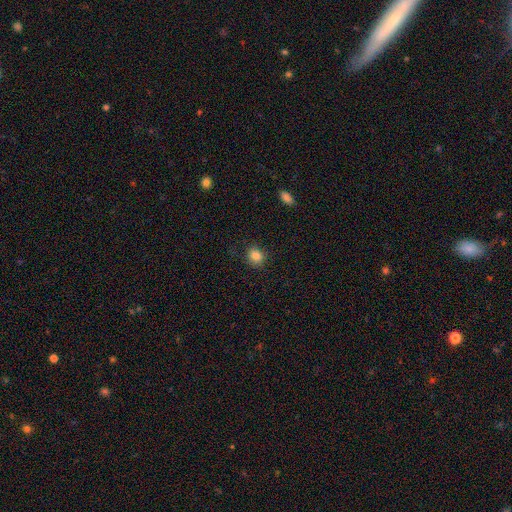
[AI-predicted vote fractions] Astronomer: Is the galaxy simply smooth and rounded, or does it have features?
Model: smooth — 84%.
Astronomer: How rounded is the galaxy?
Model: round — 71%.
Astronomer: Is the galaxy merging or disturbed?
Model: none — 85%.